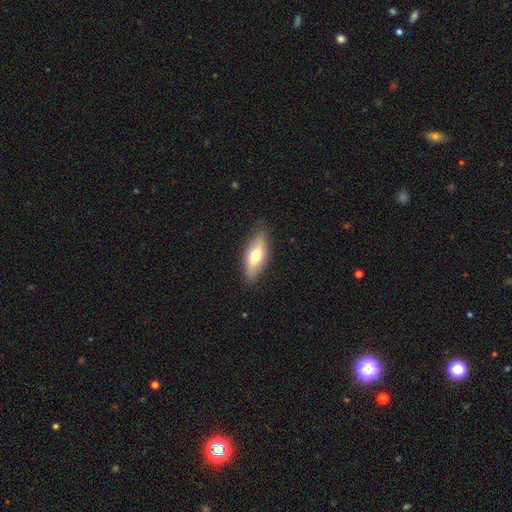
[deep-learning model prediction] A smooth galaxy with no disk features (64%) that is in between round and cigar-shaped (76%).

Vote fractions:
- Smooth or featured? smooth: 64% / featured or disk: 31% / star or artifact: 6%
- How rounded? in between: 76% / cigar-shaped: 21% / round: 3%
- Merging? none: 83% / minor disturbance: 13% / major disturbance: 2% / merger: 1%